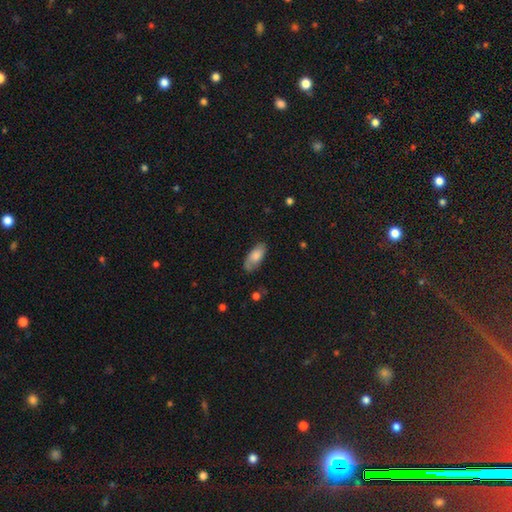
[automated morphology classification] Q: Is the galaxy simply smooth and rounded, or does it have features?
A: smooth — 77%.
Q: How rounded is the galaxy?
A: in between — 87%.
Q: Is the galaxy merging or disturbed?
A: none — 73%.